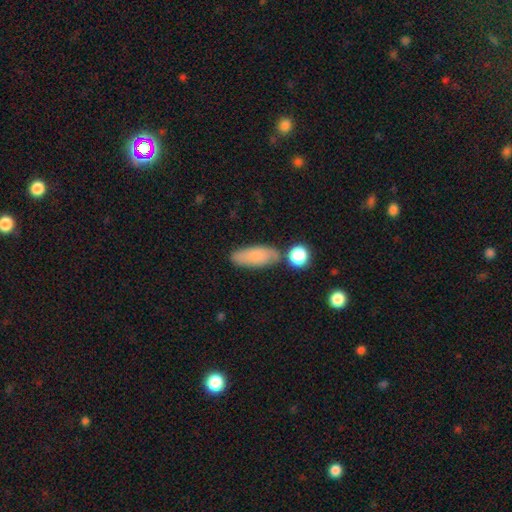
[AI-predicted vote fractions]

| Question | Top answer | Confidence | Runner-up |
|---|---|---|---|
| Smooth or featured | smooth | 81% | featured or disk (12%) |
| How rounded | in between | 72% | cigar-shaped (24%) |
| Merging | none | 69% | minor disturbance (17%) |